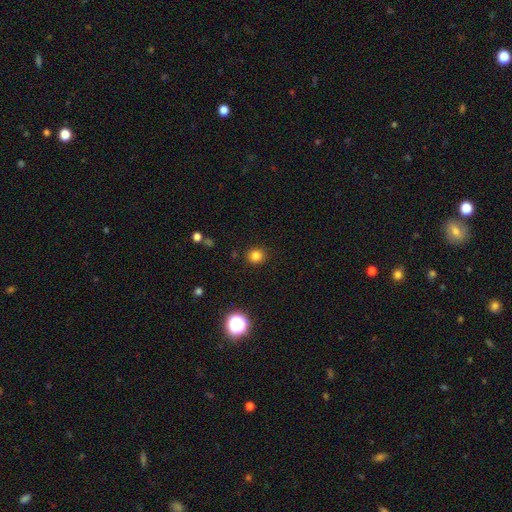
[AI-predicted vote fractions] smooth_or_featured: smooth (p=0.81) [alt: star or artifact p=0.14]
how_rounded: round (p=0.88) [alt: in between p=0.11]
merging: none (p=0.90) [alt: minor disturbance p=0.07]